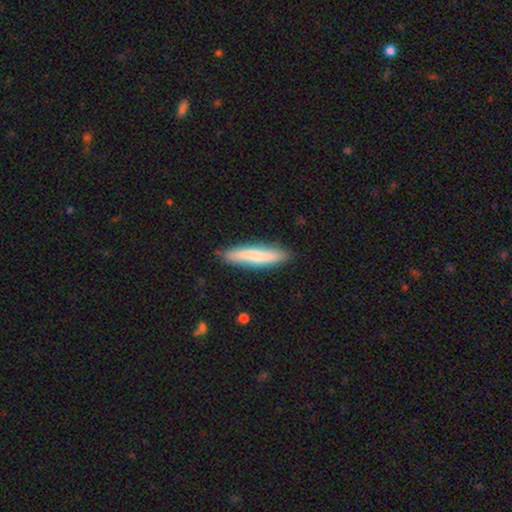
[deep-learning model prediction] smooth 74%, featured or disk 21%, star or artifact 5%. Down the decision tree: how rounded — cigar-shaped (87%); merging — none (86%).